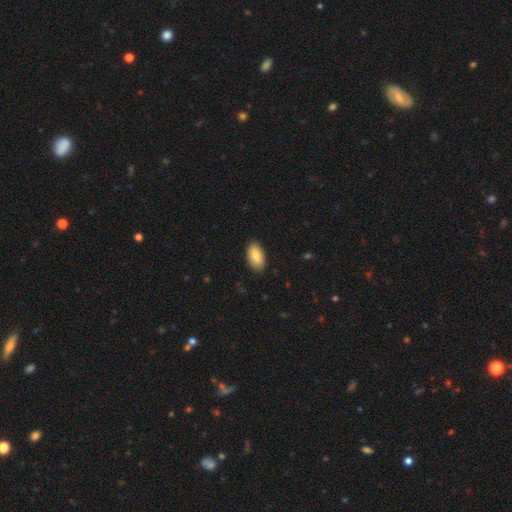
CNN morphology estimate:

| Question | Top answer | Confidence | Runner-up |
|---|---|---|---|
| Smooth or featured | smooth | 85% | featured or disk (9%) |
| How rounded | in between | 94% | round (3%) |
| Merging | none | 88% | minor disturbance (9%) |